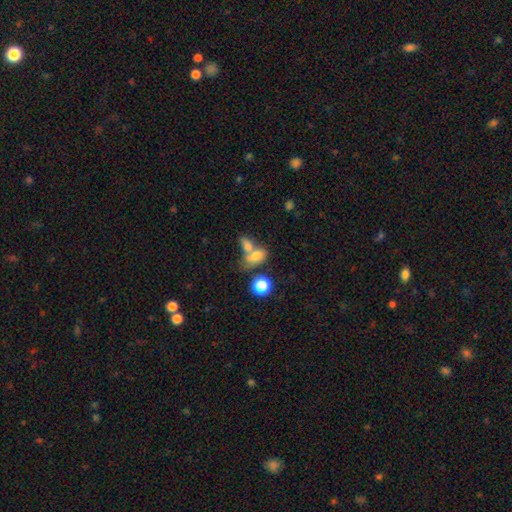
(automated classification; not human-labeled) The model was most divided on "merging": merger: 60%, none: 24%, minor disturbance: 9%, major disturbance: 7%. More confident: how rounded — in between (77%); smooth or featured — smooth (72%).